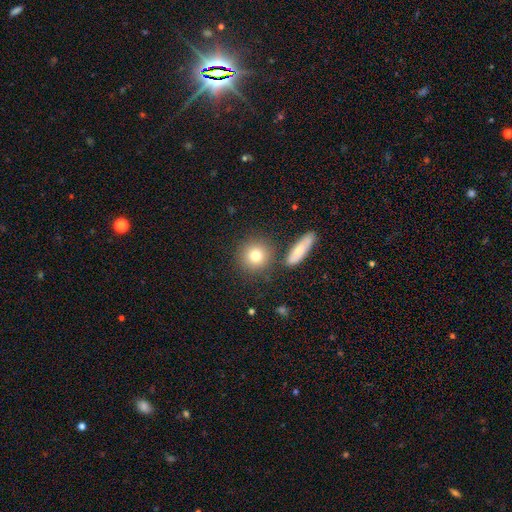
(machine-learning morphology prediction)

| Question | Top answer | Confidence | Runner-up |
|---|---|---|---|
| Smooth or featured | smooth | 78% | featured or disk (12%) |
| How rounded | round | 88% | in between (10%) |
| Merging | none | 80% | merger (9%) |